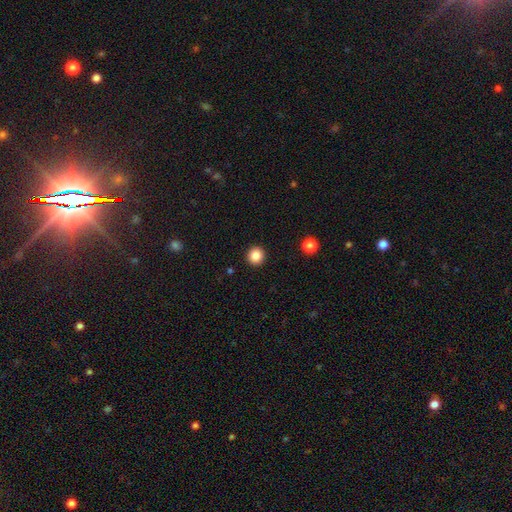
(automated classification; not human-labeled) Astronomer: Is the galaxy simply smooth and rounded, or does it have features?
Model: smooth — 85%.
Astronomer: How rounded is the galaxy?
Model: round — 95%.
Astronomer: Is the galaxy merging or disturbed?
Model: none — 93%.